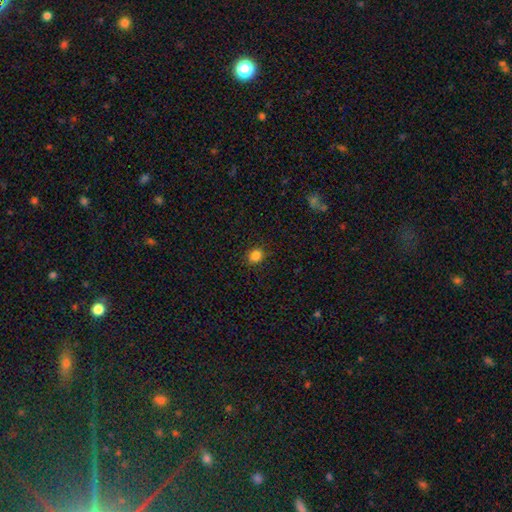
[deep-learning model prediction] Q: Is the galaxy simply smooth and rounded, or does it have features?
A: smooth — 85%.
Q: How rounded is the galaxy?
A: round — 73%.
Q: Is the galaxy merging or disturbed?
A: none — 90%.